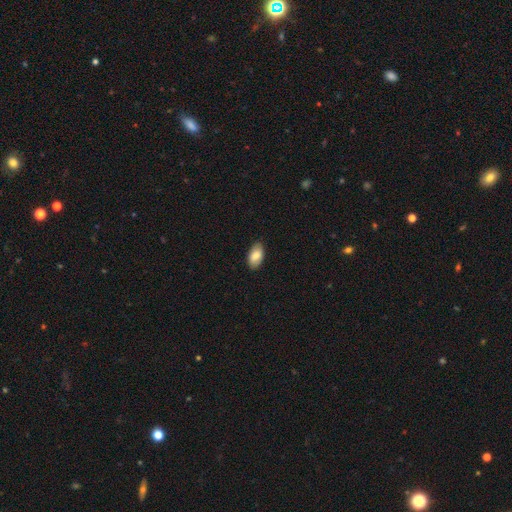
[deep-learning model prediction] Smooth or featured? smooth (82%)
How rounded? in between (94%)
Merging? none (85%)